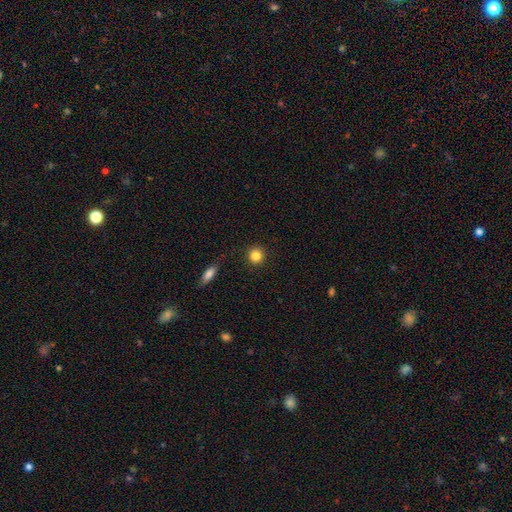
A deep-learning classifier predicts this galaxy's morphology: Smooth or featured? Predicted: smooth (p=0.84). How rounded? Predicted: round (p=0.92). Merging? Predicted: none (p=0.91).